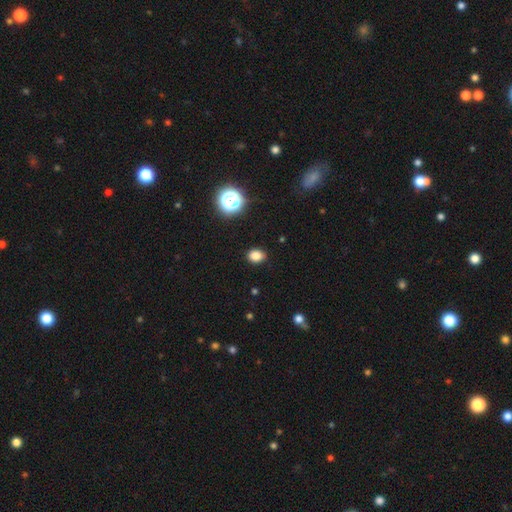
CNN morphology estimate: smooth-or-featured: smooth: 82% | star or artifact: 14% | featured or disk: 4%
  how-rounded: in between: 54% | round: 45% | cigar-shaped: 1%
  merging: none: 88% | minor disturbance: 8% | major disturbance: 2% | merger: 1%